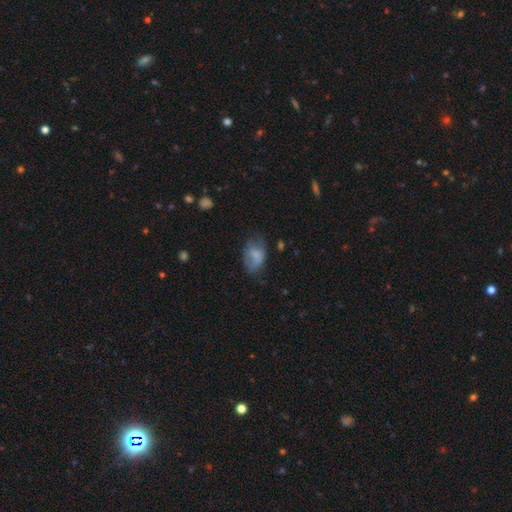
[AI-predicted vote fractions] Smooth or featured? smooth (69%)
How rounded? in between (85%)
Merging? none (43%)